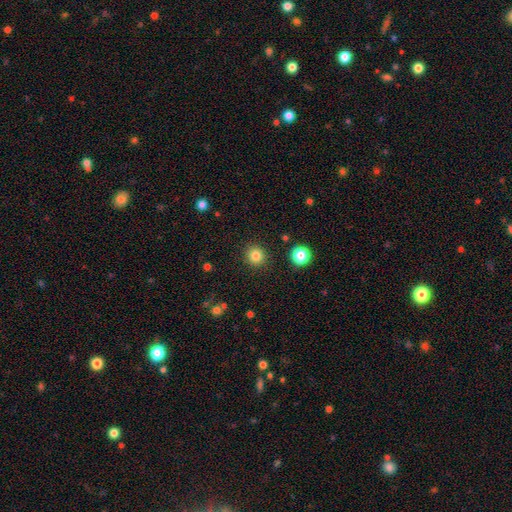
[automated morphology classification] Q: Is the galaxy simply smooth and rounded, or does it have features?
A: smooth — 82%.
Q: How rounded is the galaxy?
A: round — 89%.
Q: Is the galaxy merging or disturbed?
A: none — 90%.